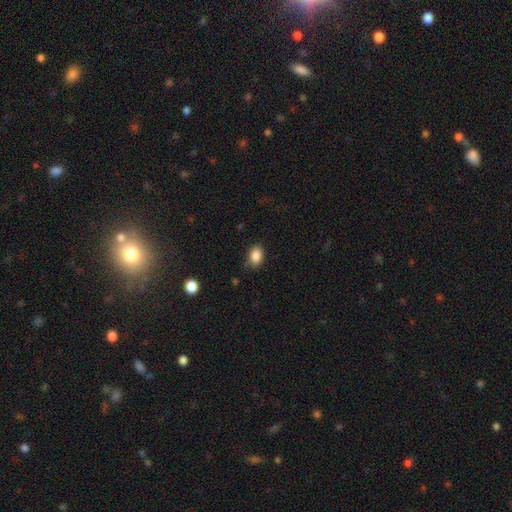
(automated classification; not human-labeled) Smooth or featured? Predicted: smooth (p=0.87). How rounded? Predicted: in between (p=0.81). Merging? Predicted: none (p=0.81).